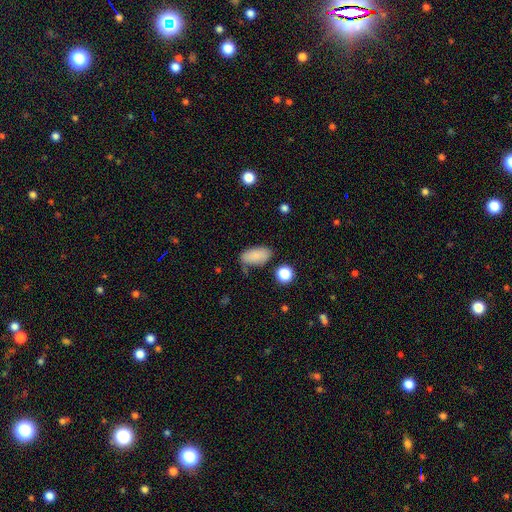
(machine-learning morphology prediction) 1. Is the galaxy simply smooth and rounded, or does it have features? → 85% smooth, 8% star or artifact, 7% featured or disk.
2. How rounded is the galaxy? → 93% in between, 4% cigar-shaped, 4% round.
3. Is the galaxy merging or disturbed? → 69% none, 20% minor disturbance, 5% major disturbance, 5% merger.